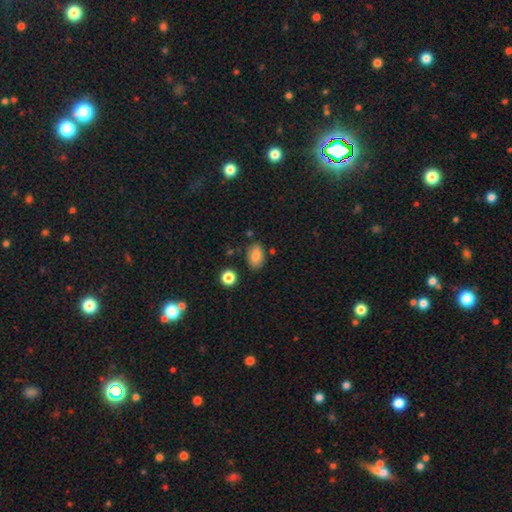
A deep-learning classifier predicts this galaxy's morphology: smooth_or_featured: smooth (p=0.83) [alt: star or artifact p=0.09]
how_rounded: in between (p=0.87) [alt: round p=0.11]
merging: none (p=0.80) [alt: minor disturbance p=0.13]